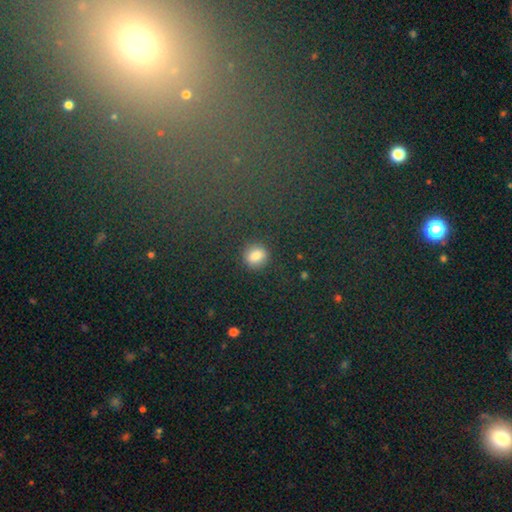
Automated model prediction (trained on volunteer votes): This appears to be a smooth galaxy with no disk features (81%) that is round (65%). Merging: none (85%).